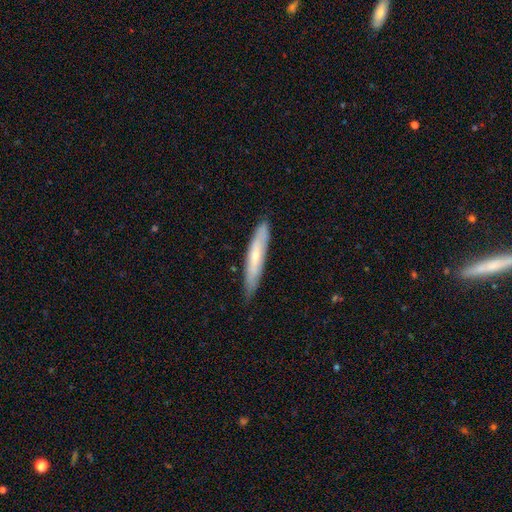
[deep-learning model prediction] Overall: smooth (48%; featured or disk 45%). Merging: none (78%).